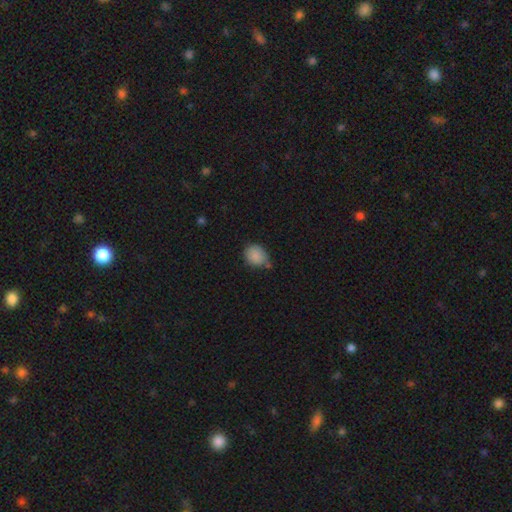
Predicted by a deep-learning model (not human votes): This appears to be a smooth galaxy with no disk features (86%) that is round (61%). Merging: none (59%).